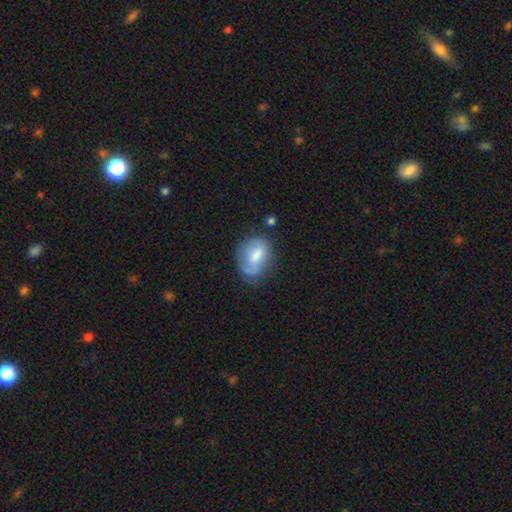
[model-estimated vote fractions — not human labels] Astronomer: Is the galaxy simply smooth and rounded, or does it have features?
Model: smooth — 58% (runner-up: featured or disk, 34%).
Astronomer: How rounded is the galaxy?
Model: in between — 75%.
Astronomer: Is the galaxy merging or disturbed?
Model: none — 54% (runner-up: minor disturbance, 30%).